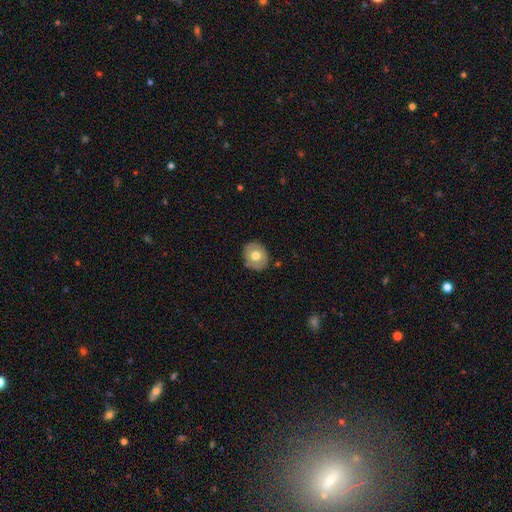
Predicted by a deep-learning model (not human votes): Q: Smooth or featured?
A: smooth (64%); runner-up: featured or disk (29%)
Q: How rounded?
A: round (58%); runner-up: in between (41%)
Q: Merging?
A: none (85%); runner-up: minor disturbance (11%)